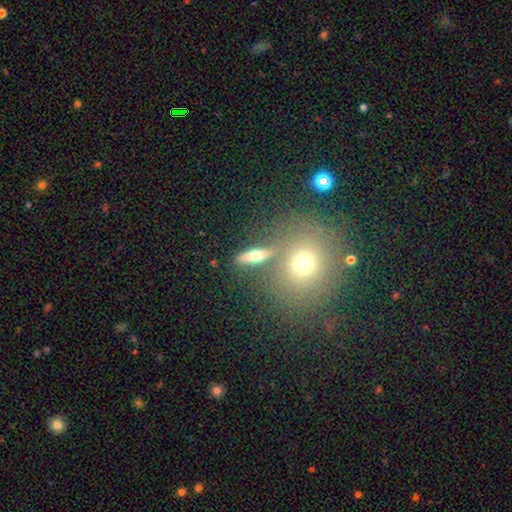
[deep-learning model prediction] Q: Smooth or featured?
A: smooth (57%); runner-up: featured or disk (30%)
Q: How rounded?
A: in between (47%); runner-up: cigar-shaped (33%)
Q: Merging?
A: none (71%); runner-up: merger (13%)